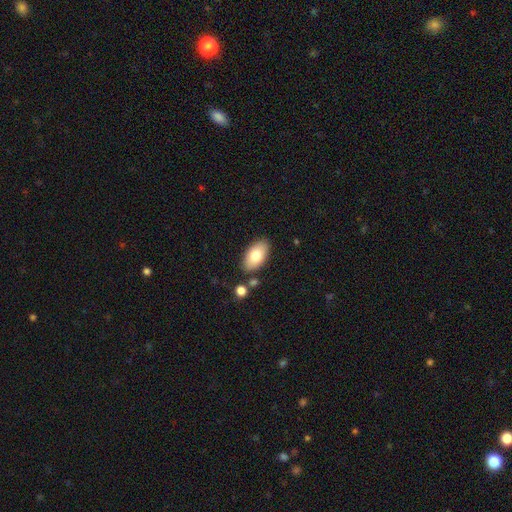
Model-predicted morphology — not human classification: A smooth galaxy with no disk features (77%) that is in between round and cigar-shaped (95%). Merging: none (83%).